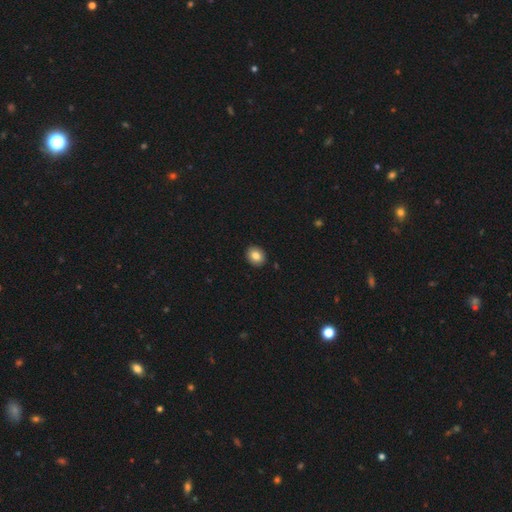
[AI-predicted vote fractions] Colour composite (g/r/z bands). It shows a smooth galaxy with no disk features (84%) that is round (60%). Merging: none (91%).